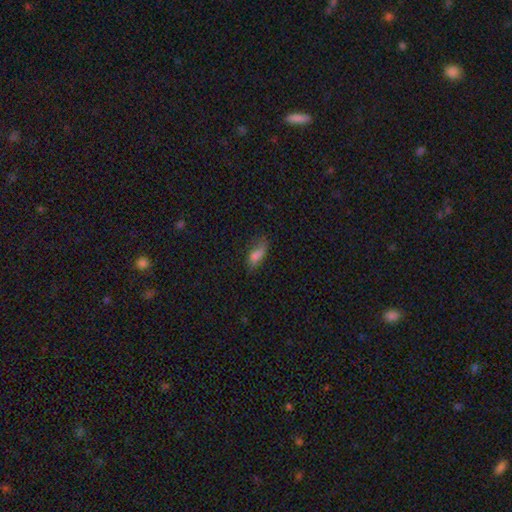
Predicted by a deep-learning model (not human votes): This appears to be a smooth galaxy with no disk features (75%) that is in between round and cigar-shaped (79%). Merging: none (46%).